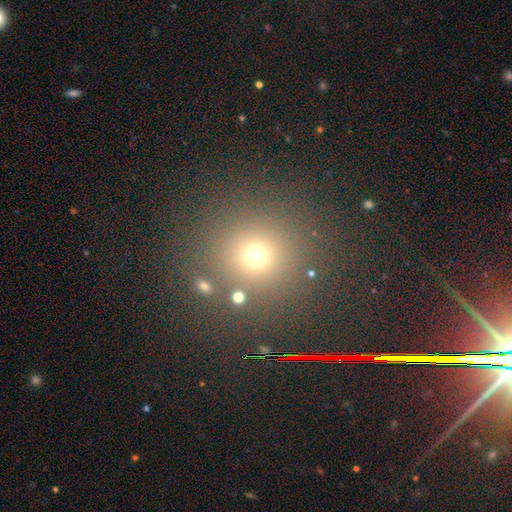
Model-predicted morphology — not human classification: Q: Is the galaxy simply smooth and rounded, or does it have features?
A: smooth — 63%.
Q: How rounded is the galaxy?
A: round — 92%.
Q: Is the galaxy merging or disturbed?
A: none — 85%.